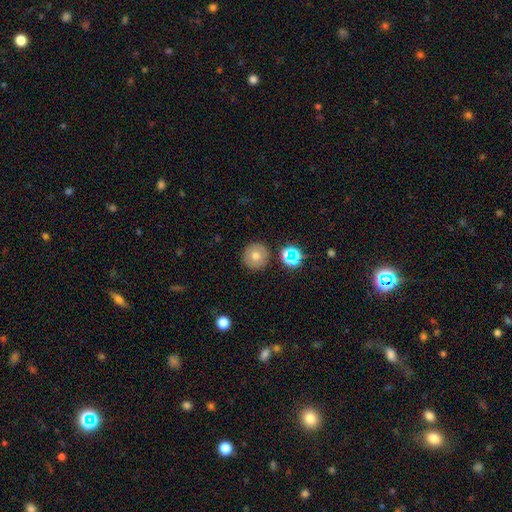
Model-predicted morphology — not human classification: Smooth or featured?
  - smooth: 65% *
  - featured or disk: 19%
  - star or artifact: 16%
How rounded?
  - round: 94% *
  - in between: 5%
  - cigar-shaped: 1%
Merging?
  - none: 88% *
  - minor disturbance: 6%
  - merger: 3%
  - major disturbance: 2%